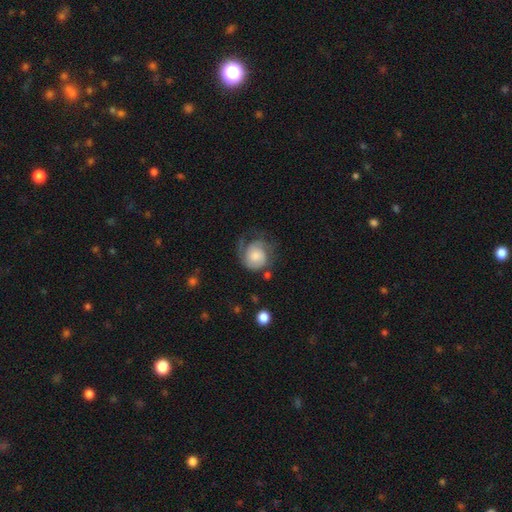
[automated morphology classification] Smooth or featured? featured or disk (61%)
Edge-on disk? no (98%)
Bar? no (73%)
Spiral arms? yes (90%)
Spiral winding? tight (47%)
Spiral arm count? 2 (40%)
Bulge size? moderate (38%)
Merging? none (49%)